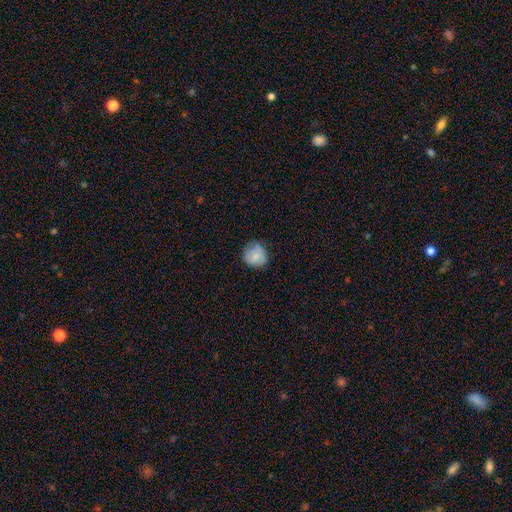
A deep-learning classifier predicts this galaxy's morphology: Q: Smooth or featured?
A: smooth (76%); runner-up: featured or disk (16%)
Q: How rounded?
A: round (84%); runner-up: in between (15%)
Q: Merging?
A: none (67%); runner-up: minor disturbance (26%)